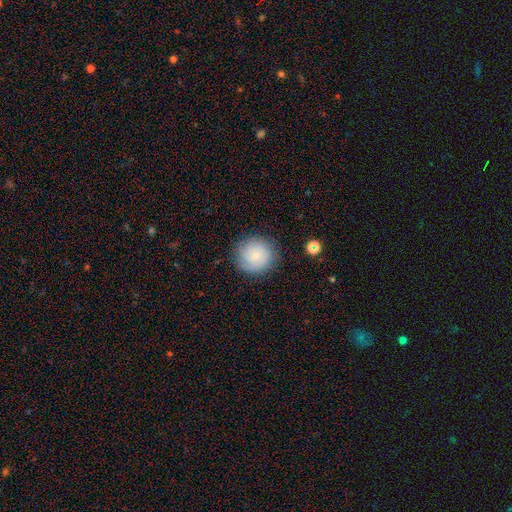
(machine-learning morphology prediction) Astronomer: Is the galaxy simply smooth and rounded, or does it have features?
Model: smooth — 74%.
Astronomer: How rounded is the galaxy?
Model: round — 93%.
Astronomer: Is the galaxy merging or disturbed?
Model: none — 83%.